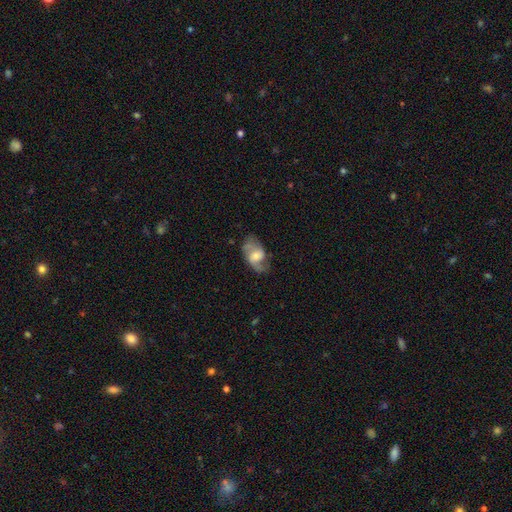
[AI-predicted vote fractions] This appears to be a featured or disk galaxy (70%) with no bar (48%), 2 (77%) medium (47%) spiral arms (90%) and a moderate central bulge (49%). Merging: none (64%).